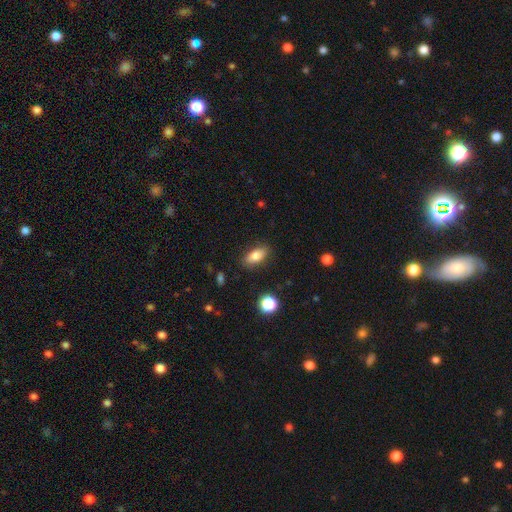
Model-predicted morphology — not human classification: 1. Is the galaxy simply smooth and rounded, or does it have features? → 79% smooth, 13% featured or disk, 9% star or artifact.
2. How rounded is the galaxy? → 84% in between, 10% cigar-shaped, 6% round.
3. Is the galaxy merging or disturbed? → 86% none, 10% minor disturbance, 3% major disturbance, 1% merger.